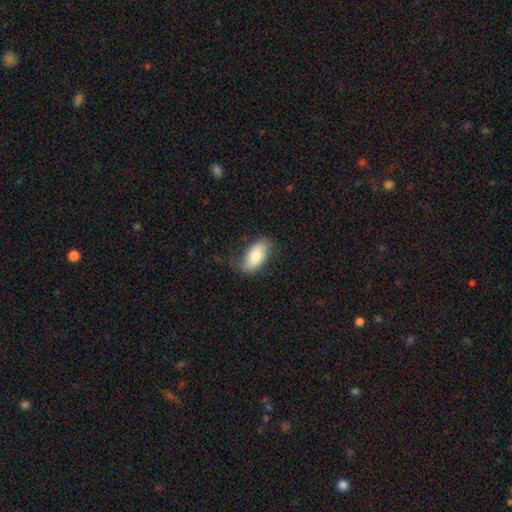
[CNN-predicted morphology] The model was most divided on "merging": none: 66%, minor disturbance: 25%, major disturbance: 8%, merger: 1%. More confident: how rounded — in between (93%); smooth or featured — smooth (70%).